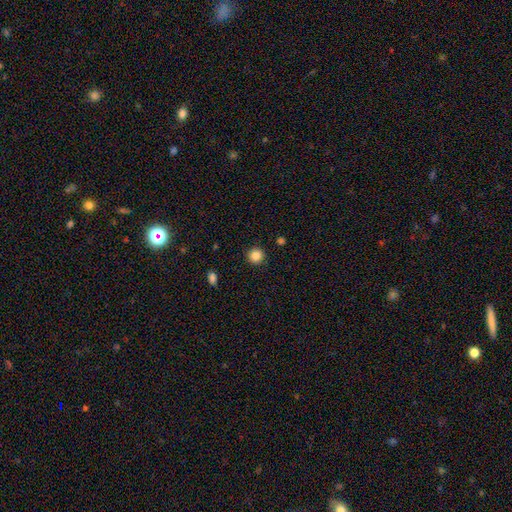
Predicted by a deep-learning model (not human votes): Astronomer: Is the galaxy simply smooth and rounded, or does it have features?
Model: smooth — 86%.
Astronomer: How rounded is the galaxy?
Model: round — 95%.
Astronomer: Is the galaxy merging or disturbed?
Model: none — 92%.